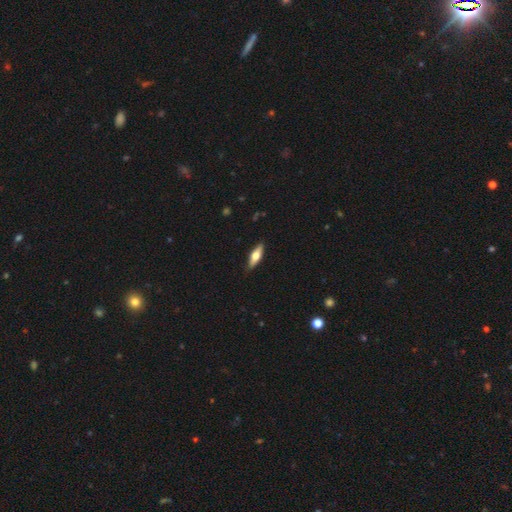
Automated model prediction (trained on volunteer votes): Smooth or featured: smooth — 52% (featured or disk — 42%)
How rounded: in between — 49% (cigar-shaped — 48%)
Merging: none — 88% (minor disturbance — 9%)